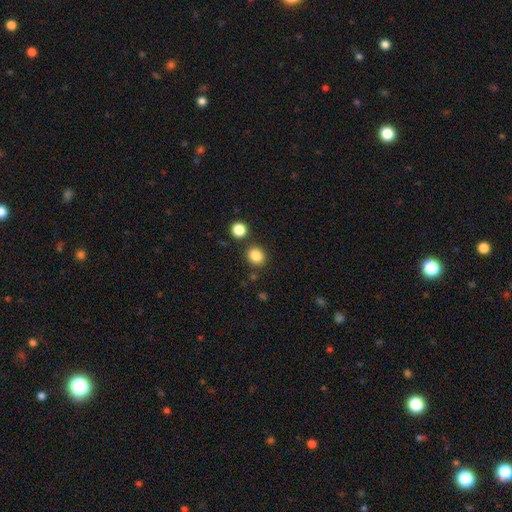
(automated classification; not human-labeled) Overall: smooth (85%). How rounded: round (76%). Merging: none (83%).